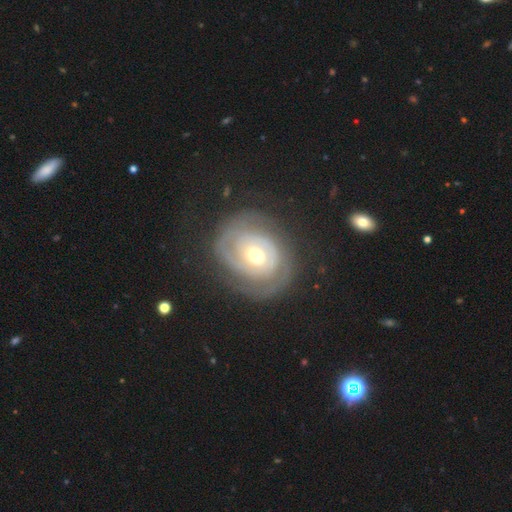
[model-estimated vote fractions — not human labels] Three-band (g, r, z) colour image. It shows a featured or disk galaxy (82%) with no bar (67%), 2 (47%) tight (74%) spiral arms (87%) and a moderate central bulge (70%). Merging: none (71%).